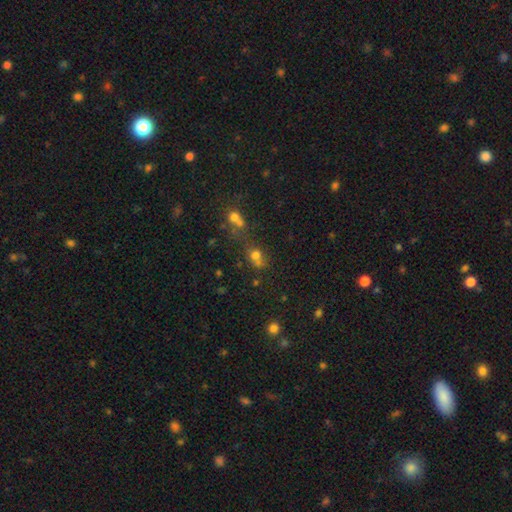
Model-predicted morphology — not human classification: smooth-or-featured: smooth: 66% | star or artifact: 21% | featured or disk: 13%
  how-rounded: round: 66% | in between: 32% | cigar-shaped: 2%
  merging: none: 40% | merger: 37% | minor disturbance: 13% | major disturbance: 10%